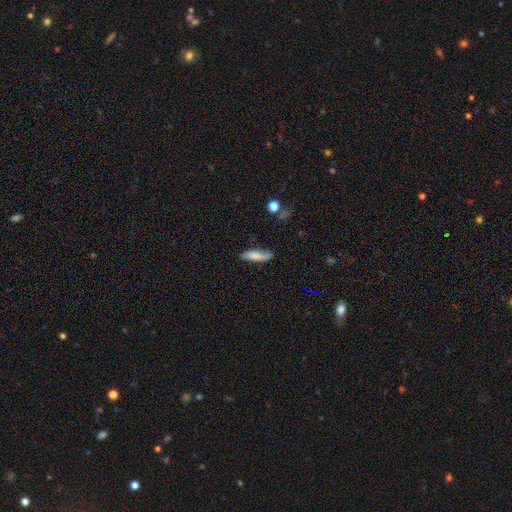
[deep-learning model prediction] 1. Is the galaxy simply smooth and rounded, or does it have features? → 75% smooth, 18% featured or disk, 7% star or artifact.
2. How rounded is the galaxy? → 71% cigar-shaped, 27% in between, 2% round.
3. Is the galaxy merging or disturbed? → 76% none, 19% minor disturbance, 4% major disturbance, 2% merger.